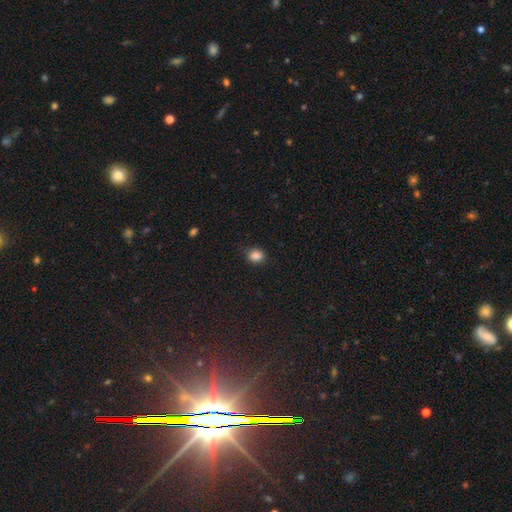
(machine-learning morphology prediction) This appears to be a smooth galaxy with no disk features (85%) that is round (54%). Merging: none (84%).